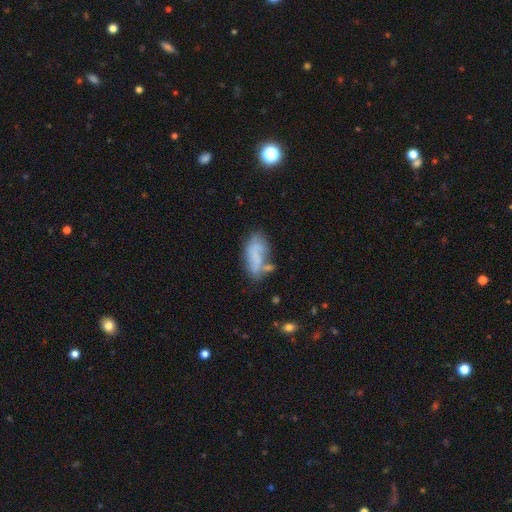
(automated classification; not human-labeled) Smooth or featured? Predicted: smooth (p=0.60). How rounded? Predicted: in between (p=0.83). Merging? Predicted: none (p=0.42).